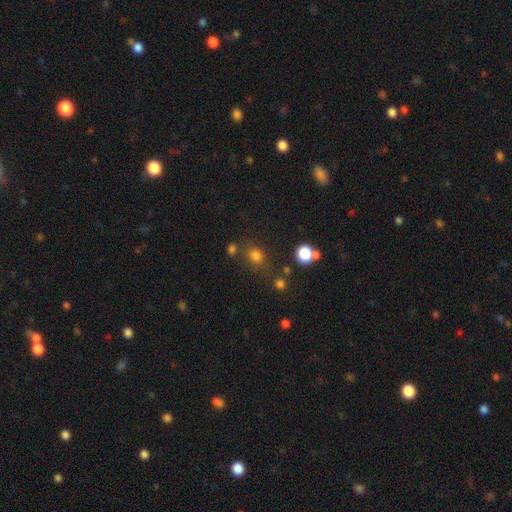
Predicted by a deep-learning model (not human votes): smooth 76%, star or artifact 18%, featured or disk 6%. Down the decision tree: how rounded — round (62%); merging — none (71%).